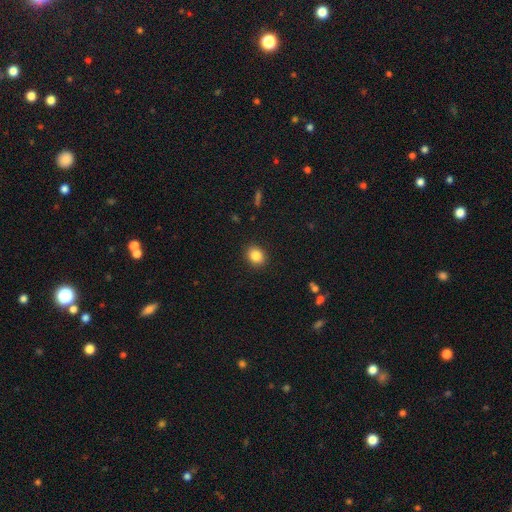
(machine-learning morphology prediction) Smooth or featured: smooth — 86% (star or artifact — 9%)
How rounded: round — 60% (in between — 39%)
Merging: none — 90% (minor disturbance — 7%)